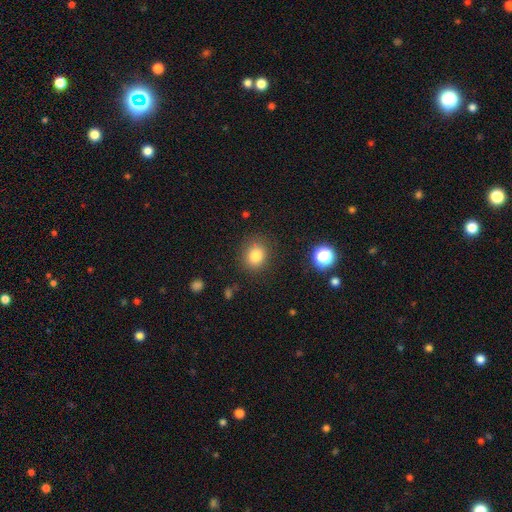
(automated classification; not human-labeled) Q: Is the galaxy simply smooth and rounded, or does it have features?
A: smooth — 82%.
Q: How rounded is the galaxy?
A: round — 72%.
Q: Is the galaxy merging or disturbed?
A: none — 86%.